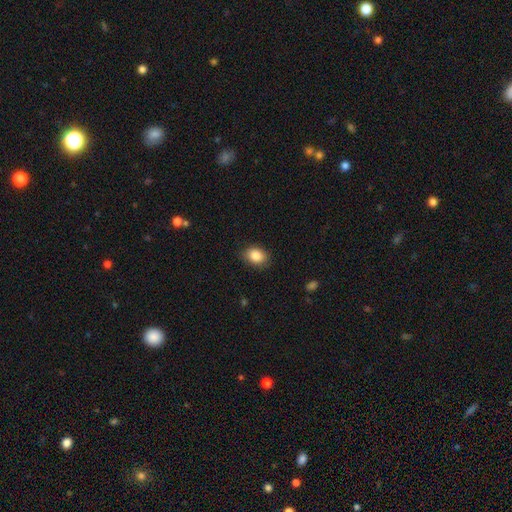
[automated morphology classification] Smooth or featured? smooth (87%)
How rounded? in between (64%)
Merging? none (84%)